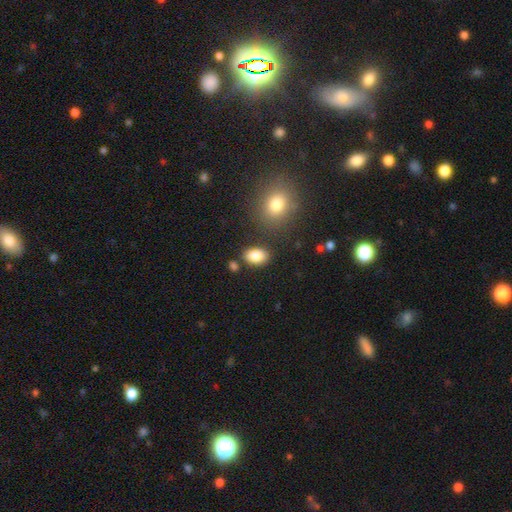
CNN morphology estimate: smooth 86%, star or artifact 8%, featured or disk 6%. Down the decision tree: how rounded — in between (85%); merging — none (81%).